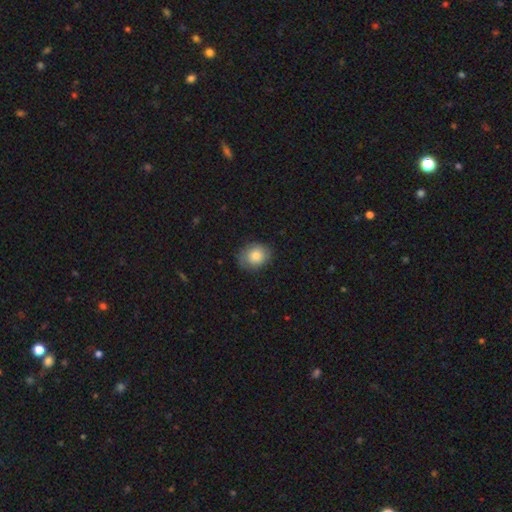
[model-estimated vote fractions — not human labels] Smooth or featured? Predicted: smooth (p=0.82). How rounded? Predicted: round (p=0.60). Merging? Predicted: none (p=0.75).